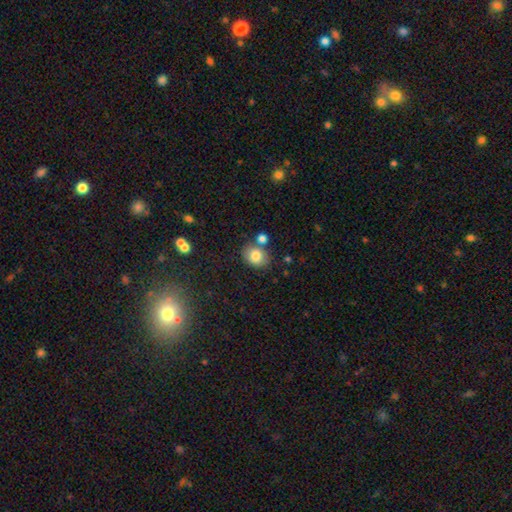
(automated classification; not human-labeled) Q: Smooth or featured?
A: smooth (81%); runner-up: star or artifact (10%)
Q: How rounded?
A: round (55%); runner-up: in between (44%)
Q: Merging?
A: none (69%); runner-up: merger (14%)